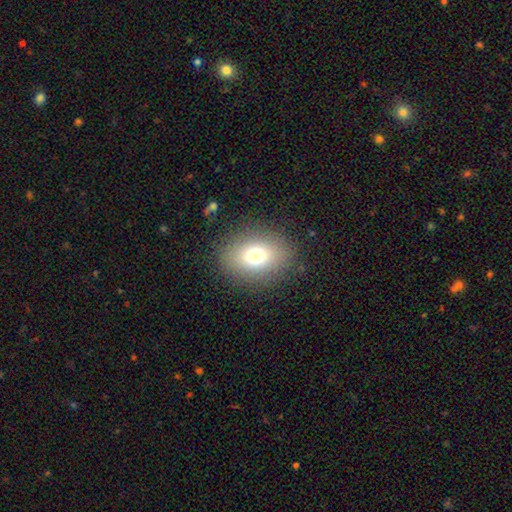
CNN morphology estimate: Smooth or featured? Predicted: smooth (p=0.73). How rounded? Predicted: in between (p=0.60). Merging? Predicted: none (p=0.85).